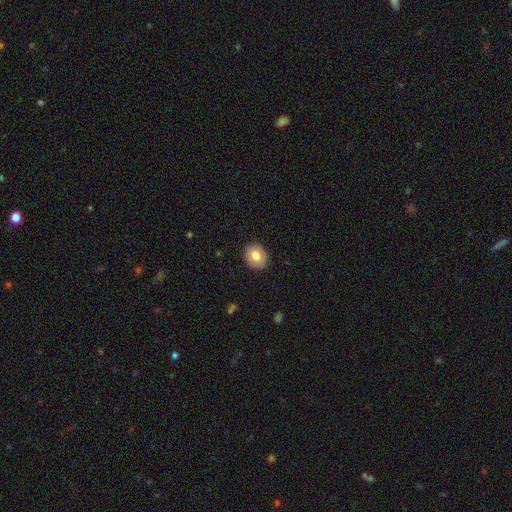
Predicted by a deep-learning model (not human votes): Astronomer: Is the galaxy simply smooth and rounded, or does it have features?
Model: smooth — 82%.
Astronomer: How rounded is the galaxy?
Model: round — 58% (runner-up: in between, 41%).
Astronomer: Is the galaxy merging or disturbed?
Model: none — 90%.